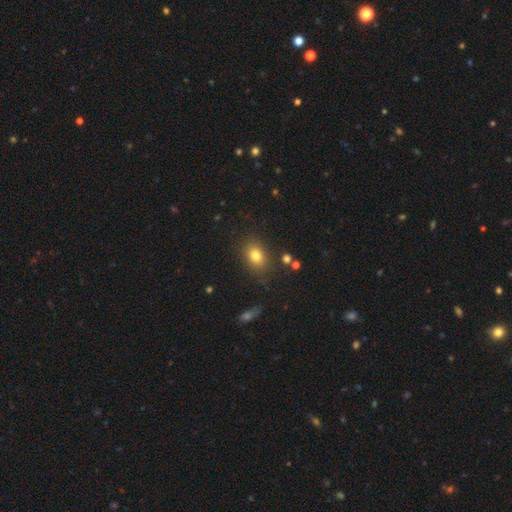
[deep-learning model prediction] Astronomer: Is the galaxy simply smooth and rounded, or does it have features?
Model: smooth — 79%.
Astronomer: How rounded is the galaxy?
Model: in between — 71%.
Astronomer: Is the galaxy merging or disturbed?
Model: none — 81%.